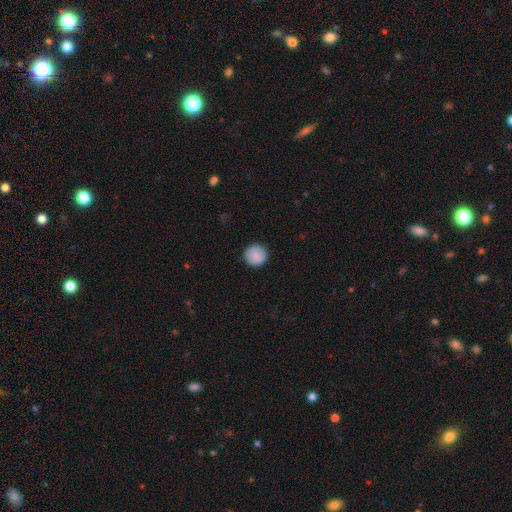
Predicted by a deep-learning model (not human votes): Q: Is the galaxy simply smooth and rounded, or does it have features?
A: smooth — 87%.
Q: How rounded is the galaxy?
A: round — 95%.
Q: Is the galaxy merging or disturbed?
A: none — 90%.